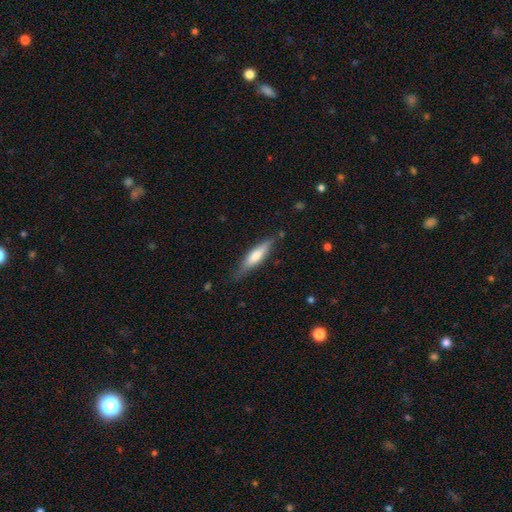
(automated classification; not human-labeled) smooth-or-featured: smooth: 59% | featured or disk: 36% | star or artifact: 6%
  how-rounded: cigar-shaped: 72% | in between: 27% | round: 1%
  merging: none: 76% | minor disturbance: 18% | major disturbance: 4% | merger: 2%